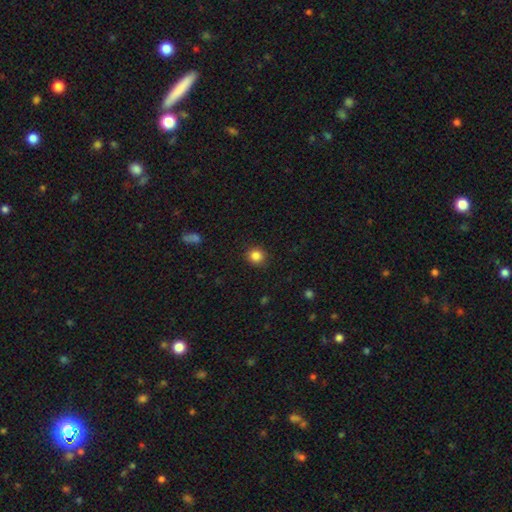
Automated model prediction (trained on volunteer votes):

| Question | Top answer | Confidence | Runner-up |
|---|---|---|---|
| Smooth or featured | smooth | 85% | star or artifact (11%) |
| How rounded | round | 89% | in between (10%) |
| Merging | none | 91% | minor disturbance (6%) |